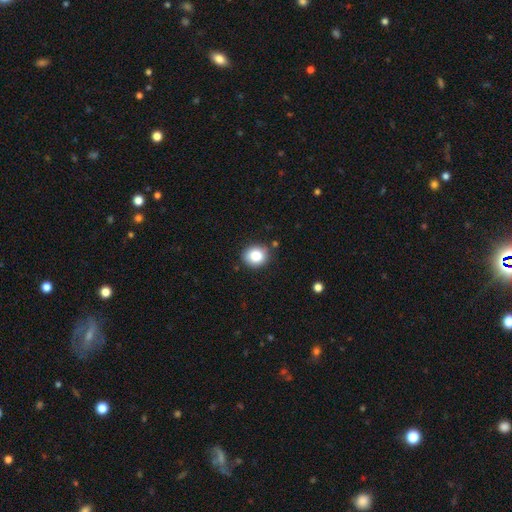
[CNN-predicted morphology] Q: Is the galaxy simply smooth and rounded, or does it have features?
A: smooth — 84%.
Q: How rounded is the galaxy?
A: round — 75%.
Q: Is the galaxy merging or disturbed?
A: none — 86%.